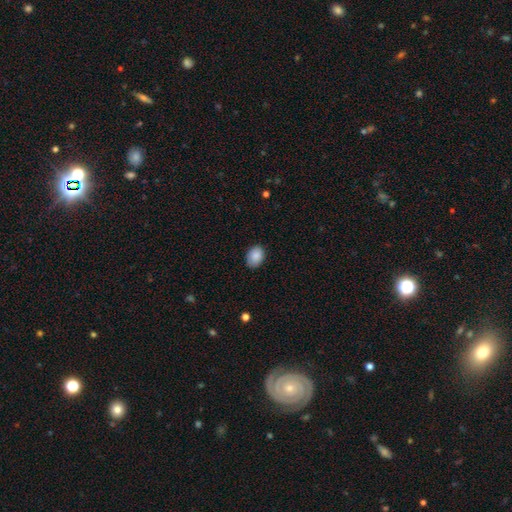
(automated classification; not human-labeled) Smooth or featured: smooth — 88% (star or artifact — 7%)
How rounded: in between — 75% (round — 24%)
Merging: none — 83% (minor disturbance — 13%)